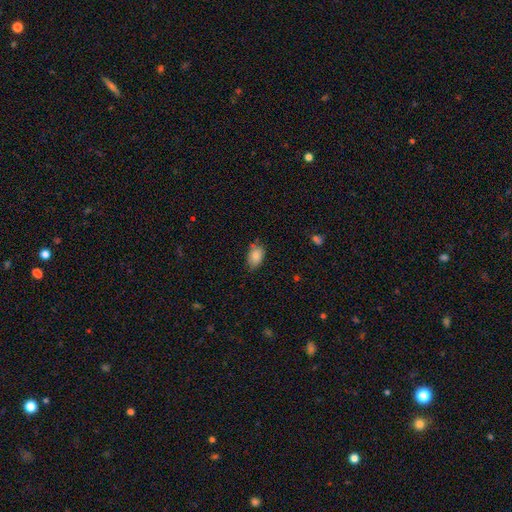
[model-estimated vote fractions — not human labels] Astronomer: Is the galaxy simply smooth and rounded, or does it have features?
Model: smooth — 85%.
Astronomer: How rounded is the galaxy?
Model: in between — 88%.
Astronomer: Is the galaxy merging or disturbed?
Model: none — 70%.